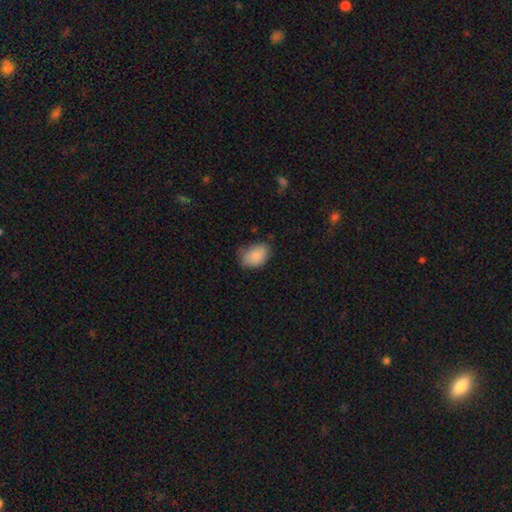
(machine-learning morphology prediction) Q: Smooth or featured?
A: smooth (87%); runner-up: star or artifact (7%)
Q: How rounded?
A: in between (81%); runner-up: round (18%)
Q: Merging?
A: none (63%); runner-up: minor disturbance (29%)